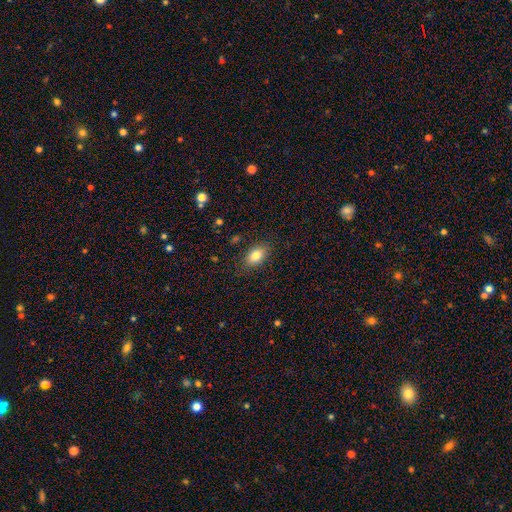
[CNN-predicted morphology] A smooth galaxy with no disk features (82%) that is in between round and cigar-shaped (88%).

Vote fractions:
- Smooth or featured? smooth: 82% / featured or disk: 9% / star or artifact: 8%
- How rounded? in between: 88% / round: 9% / cigar-shaped: 3%
- Merging? none: 84% / minor disturbance: 12% / major disturbance: 3% / merger: 1%